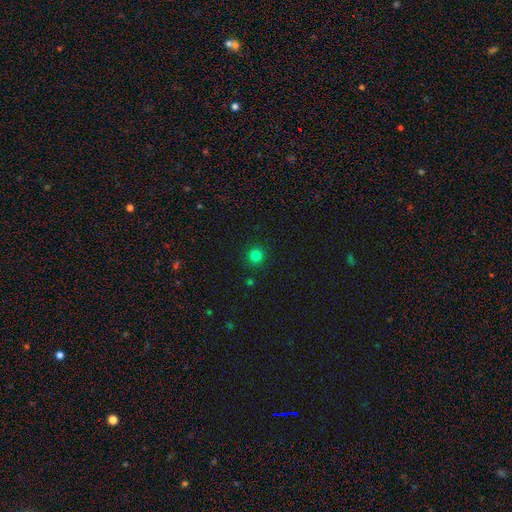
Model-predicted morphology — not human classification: smooth 81%, star or artifact 15%, featured or disk 4%. Down the decision tree: how rounded — round (95%); merging — none (91%).